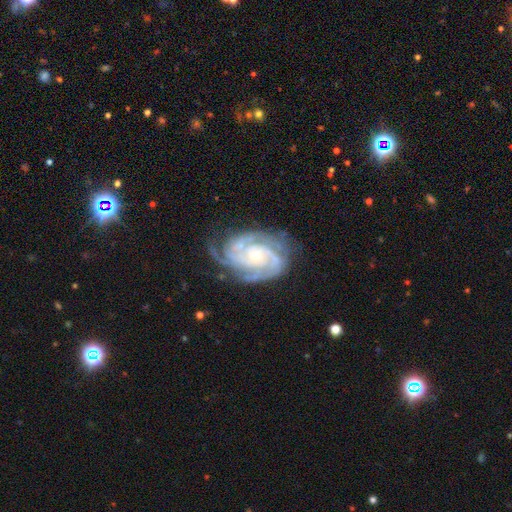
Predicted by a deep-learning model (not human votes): Q: Smooth or featured?
A: featured or disk (92%); runner-up: star or artifact (5%)
Q: Edge-on disk?
A: no (98%); runner-up: yes (2%)
Q: Bar?
A: no (71%); runner-up: weak (21%)
Q: Spiral arms?
A: yes (99%); runner-up: no (1%)
Q: Spiral winding?
A: tight (73%); runner-up: medium (25%)
Q: Spiral arm count?
A: 3 (34%); runner-up: 4 (26%)
Q: Bulge size?
A: small (62%); runner-up: moderate (35%)
Q: Merging?
A: none (72%); runner-up: minor disturbance (19%)